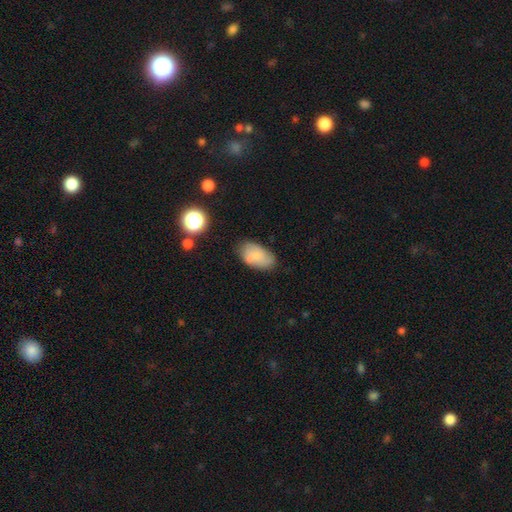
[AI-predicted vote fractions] A smooth galaxy with no disk features (67%) that is in between round and cigar-shaped (93%). Merging: none (61%).